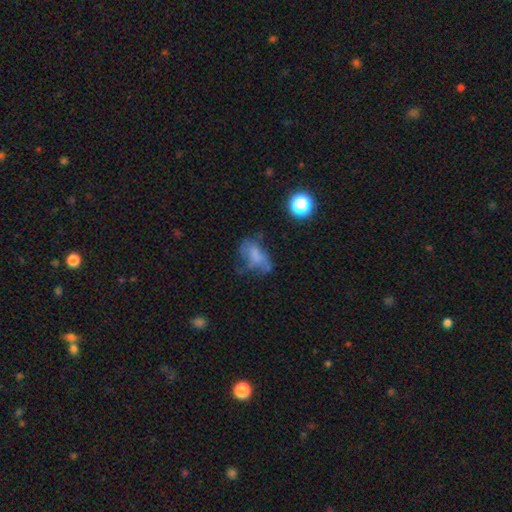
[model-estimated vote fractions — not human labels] Q: Smooth or featured?
A: smooth (51%); runner-up: featured or disk (33%)
Q: How rounded?
A: in between (82%); runner-up: round (14%)
Q: Merging?
A: none (35%); runner-up: major disturbance (33%)